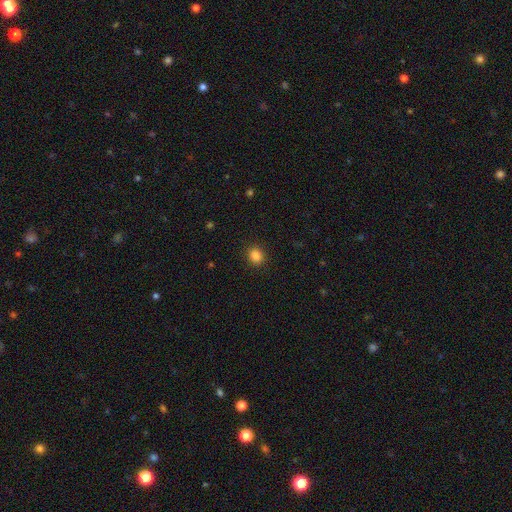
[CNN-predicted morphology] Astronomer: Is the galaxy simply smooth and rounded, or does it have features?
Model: smooth — 85%.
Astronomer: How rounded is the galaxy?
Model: round — 71%.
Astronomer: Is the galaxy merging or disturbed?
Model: none — 90%.